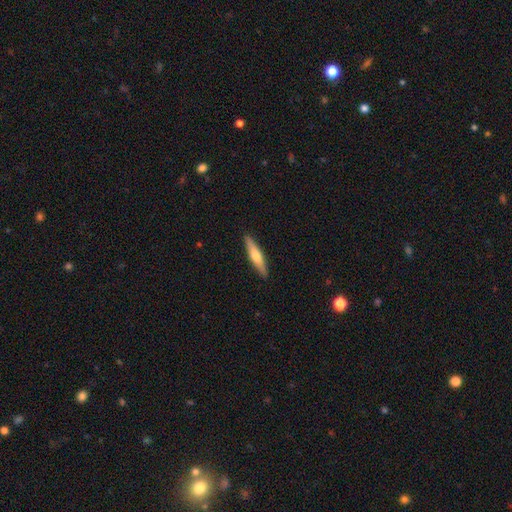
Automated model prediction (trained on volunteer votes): This appears to be a smooth galaxy with no disk features (54%) that is cigar-shaped (86%). Merging: none (91%).